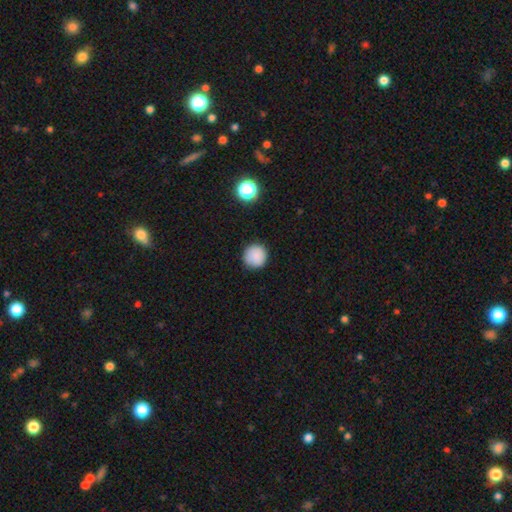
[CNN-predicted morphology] Q: Smooth or featured?
A: smooth (86%); runner-up: star or artifact (10%)
Q: How rounded?
A: round (95%); runner-up: in between (4%)
Q: Merging?
A: none (90%); runner-up: minor disturbance (7%)